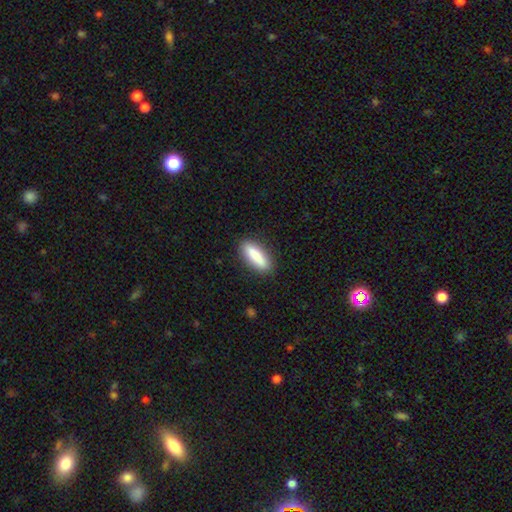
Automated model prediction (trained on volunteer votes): The model was most divided on "how rounded": cigar-shaped: 51%, in between: 47%, round: 2%. More confident: merging — none (88%); smooth or featured — smooth (83%).